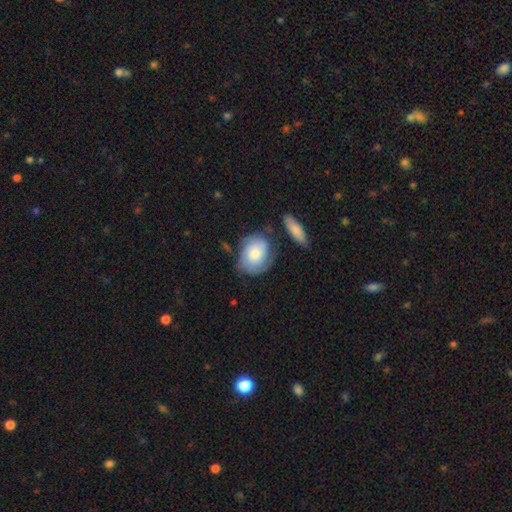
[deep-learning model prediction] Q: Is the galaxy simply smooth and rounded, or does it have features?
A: featured or disk — 48%.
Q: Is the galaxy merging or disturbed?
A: none — 63%.